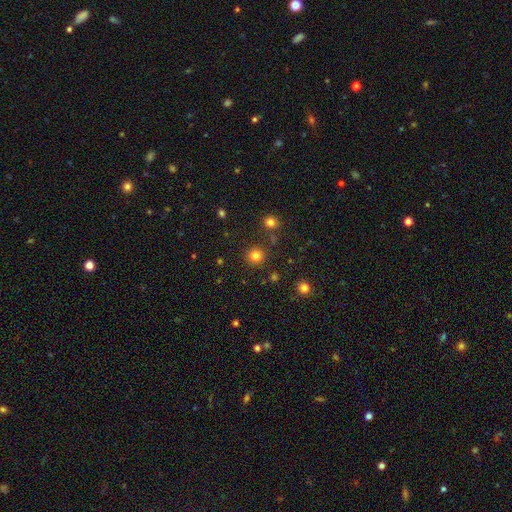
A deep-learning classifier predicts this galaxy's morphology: Overall: smooth (80%). How rounded: round (94%). Merging: none (88%).